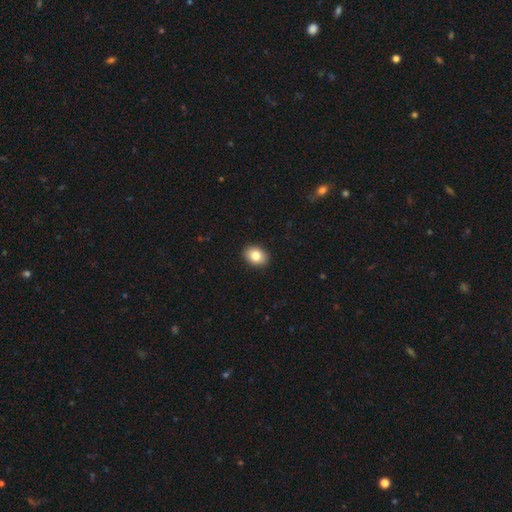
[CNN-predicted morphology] A smooth galaxy with no disk features (83%) that is in between round and cigar-shaped (69%). Merging: none (91%).